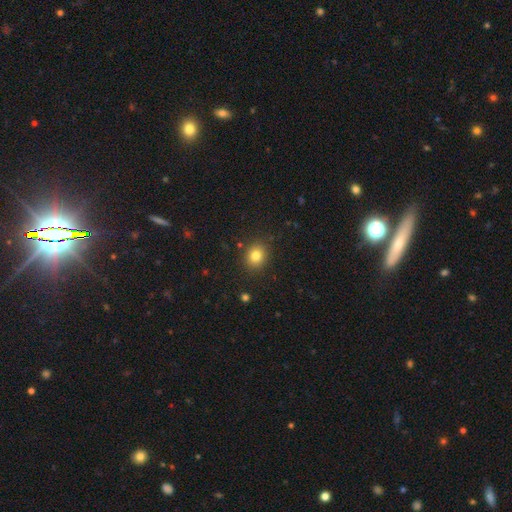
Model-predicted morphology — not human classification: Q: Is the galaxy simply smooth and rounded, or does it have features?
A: smooth — 81%.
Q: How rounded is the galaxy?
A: round — 72%.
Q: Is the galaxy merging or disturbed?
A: none — 88%.